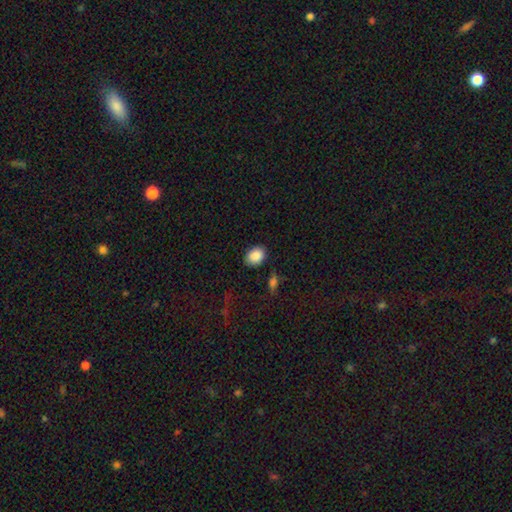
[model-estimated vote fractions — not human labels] Smooth or featured: smooth — 88% (star or artifact — 8%)
How rounded: in between — 66% (round — 33%)
Merging: none — 83% (minor disturbance — 12%)